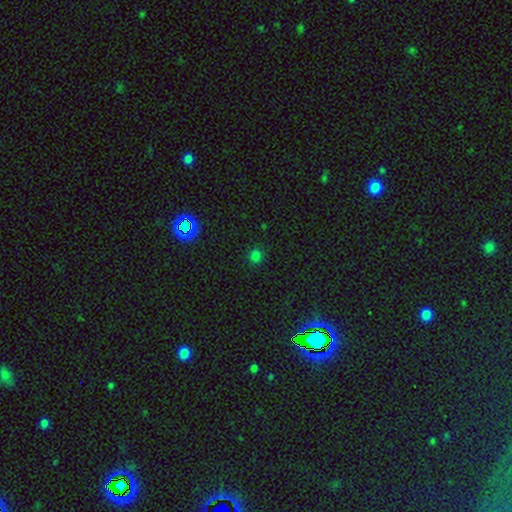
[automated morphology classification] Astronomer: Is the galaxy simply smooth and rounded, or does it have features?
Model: smooth — 74%.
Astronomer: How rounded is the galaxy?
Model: round — 90%.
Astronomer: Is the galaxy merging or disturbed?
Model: none — 89%.